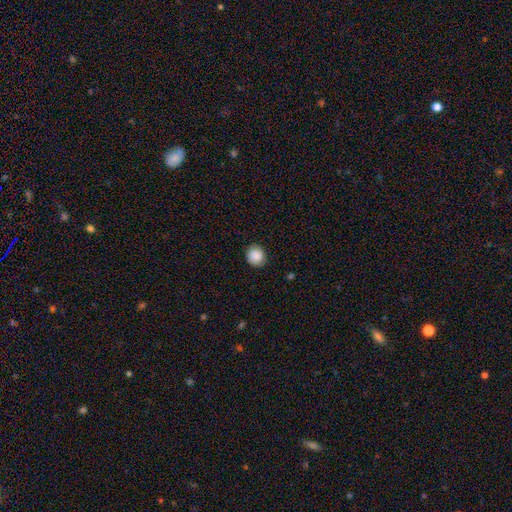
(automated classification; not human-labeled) The model was most divided on "how rounded": round: 83%, in between: 16%, cigar-shaped: 1%. More confident: smooth or featured — smooth (88%); merging — none (87%).